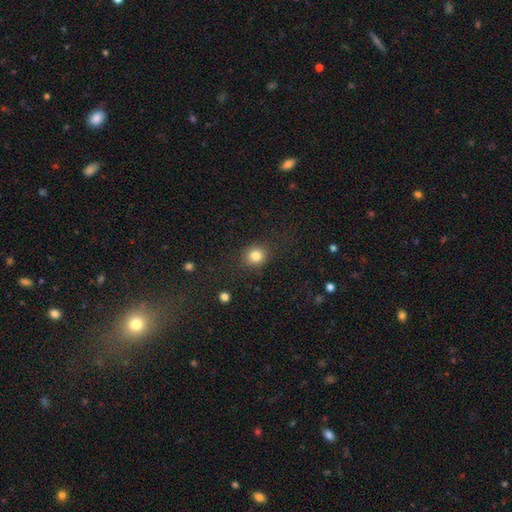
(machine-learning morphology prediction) The model was most divided on "how rounded": round: 79%, in between: 20%, cigar-shaped: 1%. More confident: merging — none (87%); smooth or featured — smooth (83%).